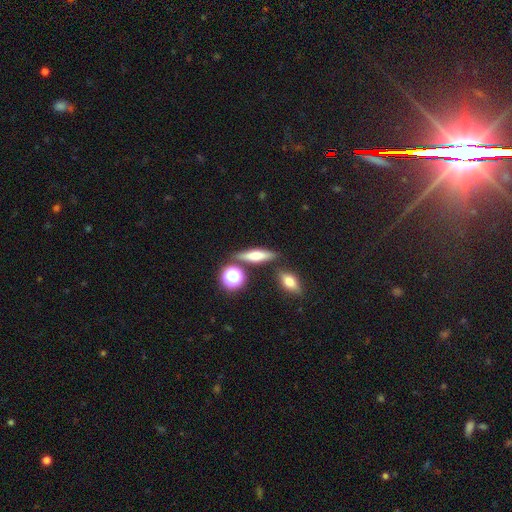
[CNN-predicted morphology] The model was most divided on "smooth or featured": smooth: 53%, featured or disk: 35%, star or artifact: 12%. More confident: merging — none (78%); how rounded — cigar-shaped (58%).